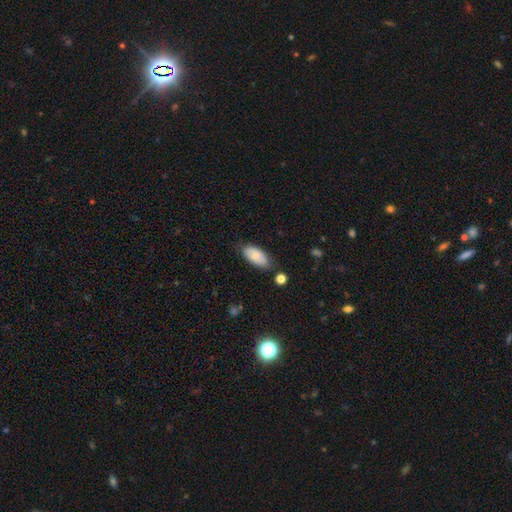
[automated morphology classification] type=smooth (75%); roundness=in between (92%); merging=none (72%).